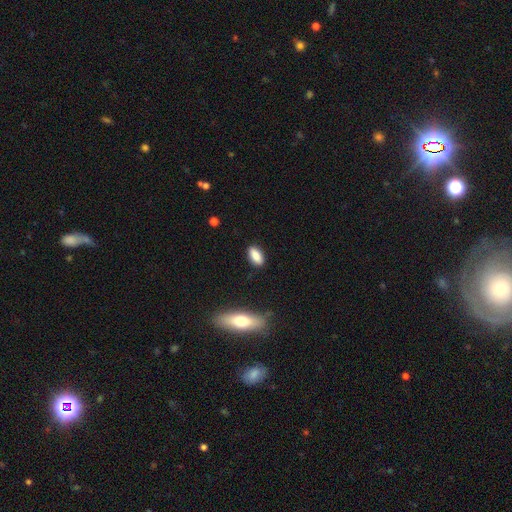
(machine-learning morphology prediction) type=smooth (86%); roundness=in between (85%); merging=none (86%).